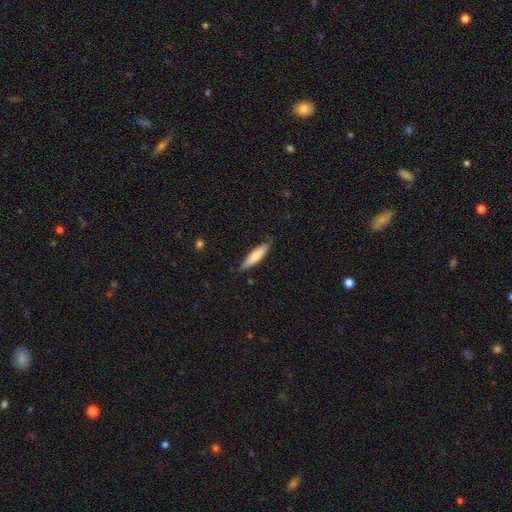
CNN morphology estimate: A smooth galaxy with no disk features (73%) that is cigar-shaped (77%).

Vote fractions:
- Smooth or featured? smooth: 73% / featured or disk: 21% / star or artifact: 5%
- How rounded? cigar-shaped: 77% / in between: 21% / round: 1%
- Merging? none: 82% / minor disturbance: 14% / major disturbance: 2% / merger: 1%